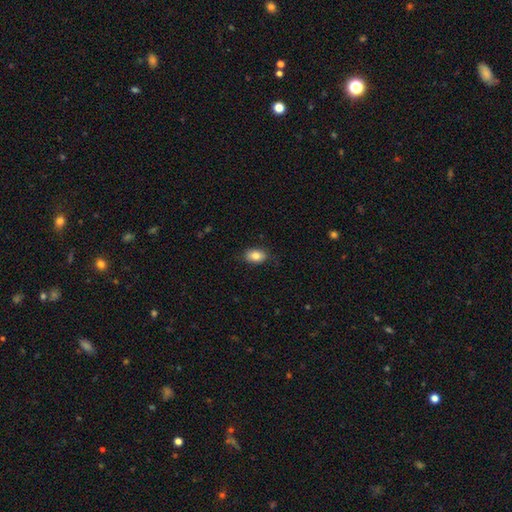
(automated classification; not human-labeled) A smooth galaxy with no disk features (84%) that is in between round and cigar-shaped (87%).

Vote fractions:
- Smooth or featured? smooth: 84% / featured or disk: 8% / star or artifact: 8%
- How rounded? in between: 87% / round: 12% / cigar-shaped: 1%
- Merging? none: 82% / minor disturbance: 14% / major disturbance: 3% / merger: 1%